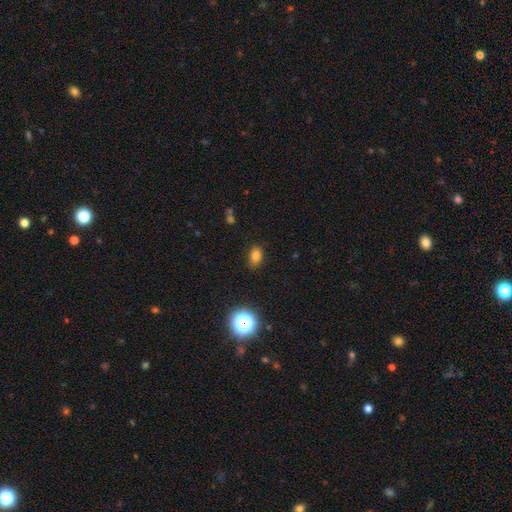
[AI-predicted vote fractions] Smooth or featured? smooth (78%)
How rounded? in between (79%)
Merging? none (83%)